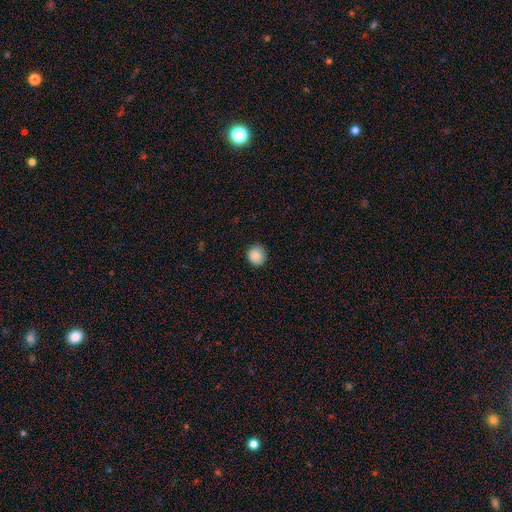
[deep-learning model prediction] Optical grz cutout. It shows a smooth galaxy with no disk features (88%) that is round (92%). Merging: none (88%).